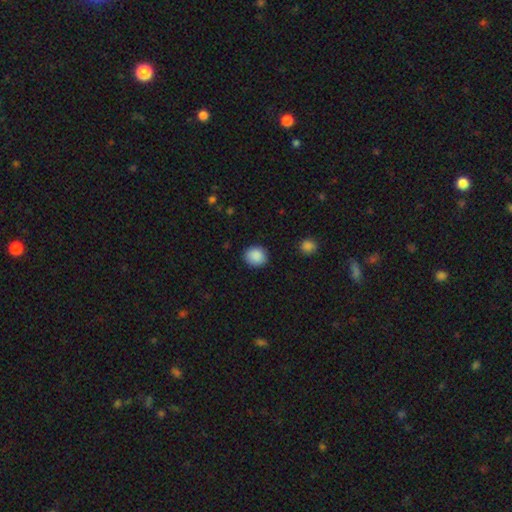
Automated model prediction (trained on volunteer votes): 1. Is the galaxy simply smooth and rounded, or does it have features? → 89% smooth, 8% star or artifact, 3% featured or disk.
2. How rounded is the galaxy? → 78% round, 22% in between, 1% cigar-shaped.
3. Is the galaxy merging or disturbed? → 88% none, 8% minor disturbance, 2% major disturbance, 1% merger.